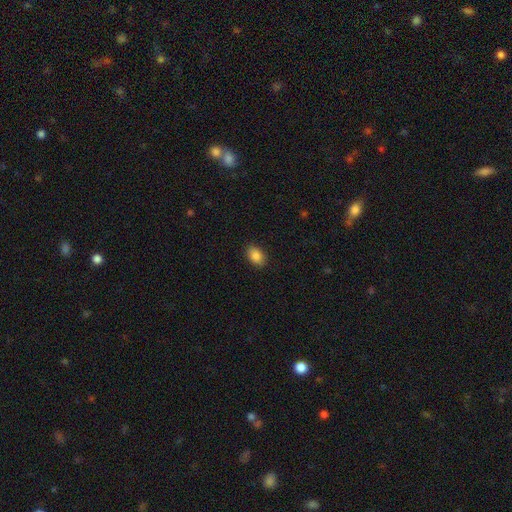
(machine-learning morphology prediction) A smooth galaxy with no disk features (87%) that is in between round and cigar-shaped (84%). Merging: none (88%).